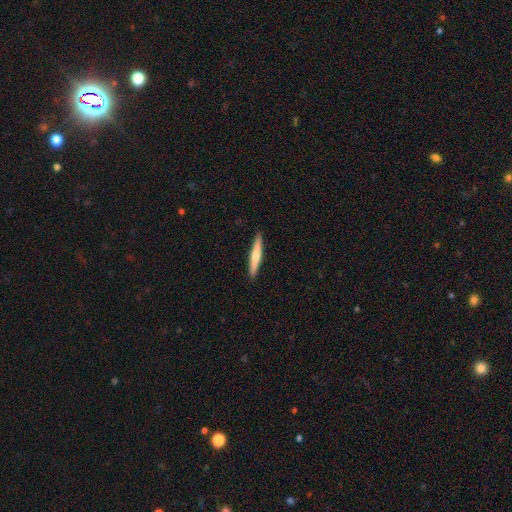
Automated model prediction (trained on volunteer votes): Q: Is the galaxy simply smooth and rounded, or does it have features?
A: smooth — 54%.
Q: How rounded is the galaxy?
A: cigar-shaped — 94%.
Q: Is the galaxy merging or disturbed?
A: none — 92%.